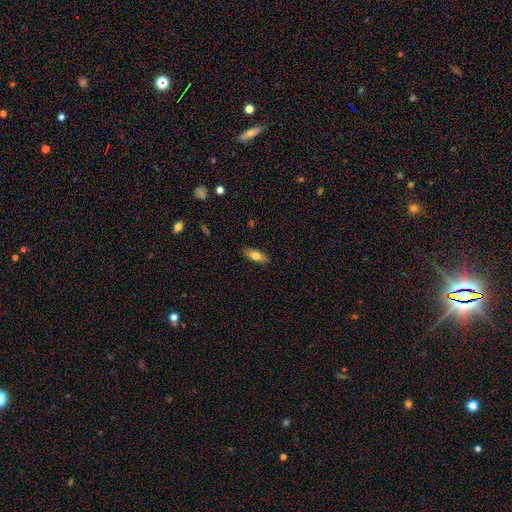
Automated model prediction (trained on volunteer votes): A smooth galaxy with no disk features (74%) that is in between round and cigar-shaped (75%).

Vote fractions:
- Smooth or featured? smooth: 74% / featured or disk: 19% / star or artifact: 7%
- How rounded? in between: 75% / cigar-shaped: 22% / round: 3%
- Merging? none: 88% / minor disturbance: 9% / major disturbance: 2% / merger: 1%